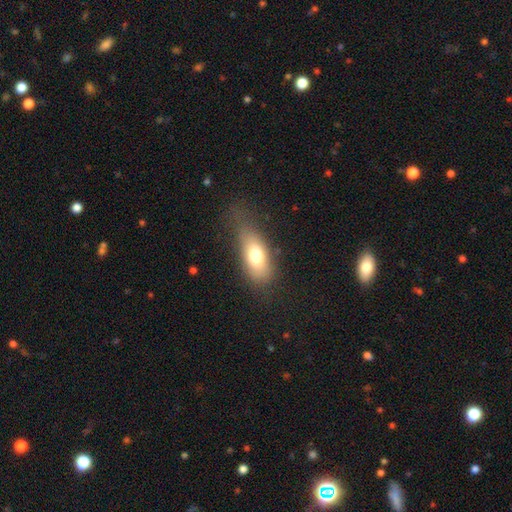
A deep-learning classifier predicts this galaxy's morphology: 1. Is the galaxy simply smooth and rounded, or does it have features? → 72% smooth, 19% featured or disk, 9% star or artifact.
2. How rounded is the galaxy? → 83% in between, 11% cigar-shaped, 6% round.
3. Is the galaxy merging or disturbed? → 56% none, 26% minor disturbance, 15% major disturbance, 2% merger.